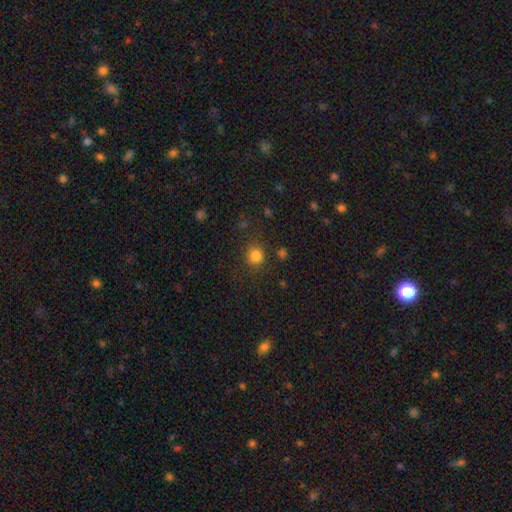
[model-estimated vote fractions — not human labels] smooth 83%, star or artifact 13%, featured or disk 4%. Down the decision tree: how rounded — round (88%); merging — none (83%).